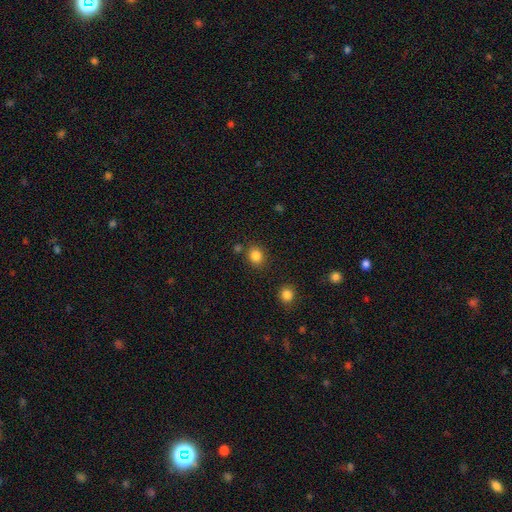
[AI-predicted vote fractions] Q: Smooth or featured?
A: smooth (84%); runner-up: star or artifact (11%)
Q: How rounded?
A: round (72%); runner-up: in between (27%)
Q: Merging?
A: none (82%); runner-up: minor disturbance (9%)